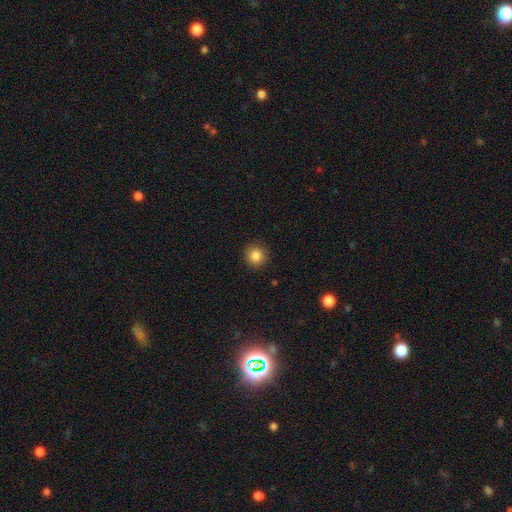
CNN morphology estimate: The model was most divided on "smooth or featured": smooth: 85%, star or artifact: 11%, featured or disk: 5%. More confident: how rounded — round (94%); merging — none (91%).